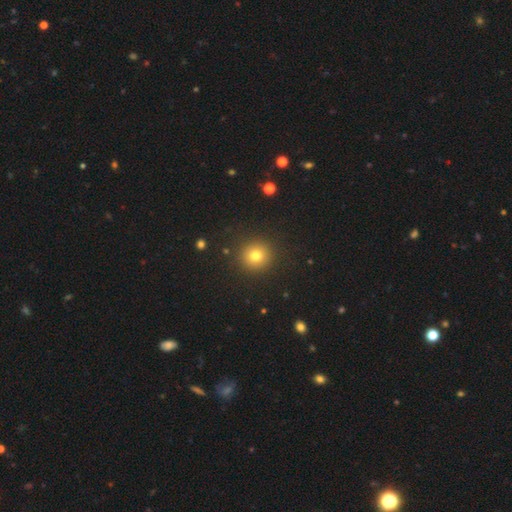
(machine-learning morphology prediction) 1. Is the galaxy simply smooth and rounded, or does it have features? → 77% smooth, 14% star or artifact, 8% featured or disk.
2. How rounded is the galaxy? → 93% round, 6% in between, 1% cigar-shaped.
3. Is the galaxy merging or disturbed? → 90% none, 6% minor disturbance, 2% major disturbance, 1% merger.